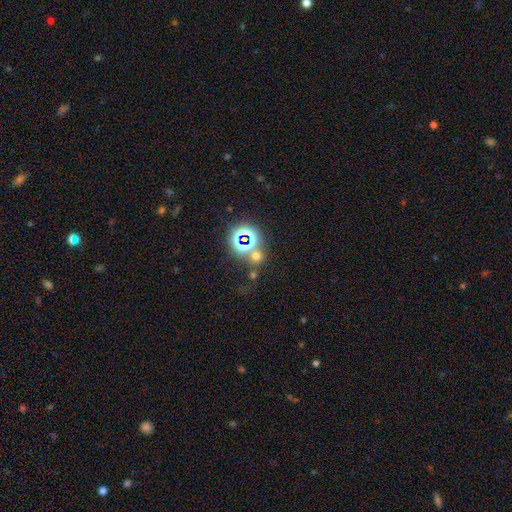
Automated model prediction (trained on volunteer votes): Overall: smooth (47%; star or artifact 45%). Merging: none (66%).